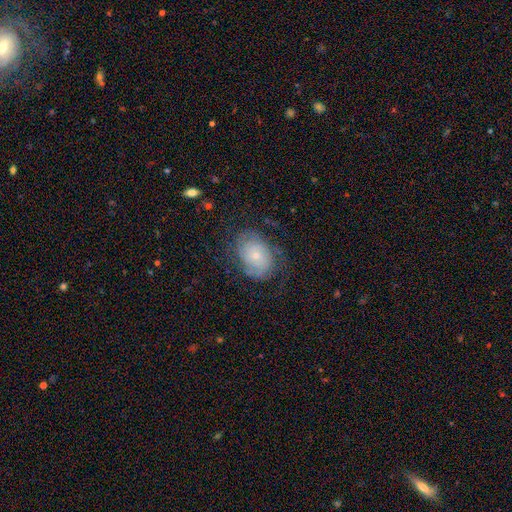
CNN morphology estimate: Smooth or featured? Predicted: featured or disk (p=0.52). Edge-on disk? Predicted: no (p=0.96). Merging? Predicted: none (p=0.66).